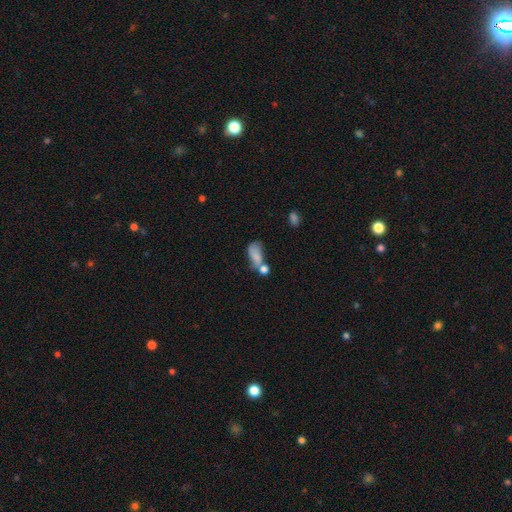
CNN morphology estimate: A smooth galaxy with no disk features (73%) that is in between round and cigar-shaped (83%).

Vote fractions:
- Smooth or featured? smooth: 73% / featured or disk: 16% / star or artifact: 11%
- How rounded? in between: 83% / round: 11% / cigar-shaped: 6%
- Merging? merger: 42% / none: 24% / major disturbance: 18% / minor disturbance: 17%